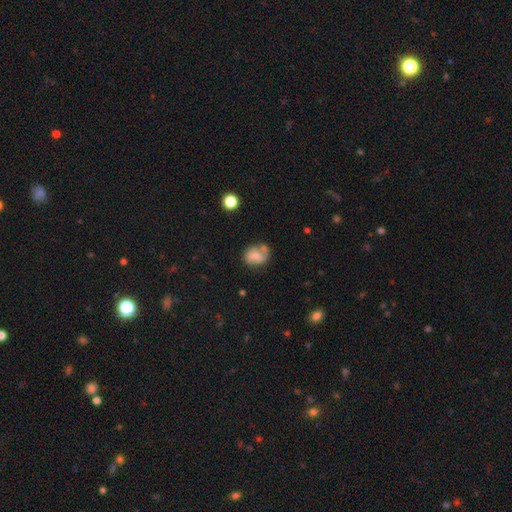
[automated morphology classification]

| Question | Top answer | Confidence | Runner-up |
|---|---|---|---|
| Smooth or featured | smooth | 49% | featured or disk (42%) |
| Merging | none | 52% | minor disturbance (24%) |